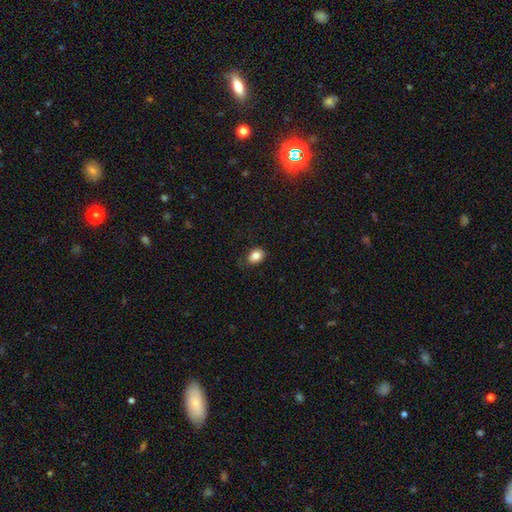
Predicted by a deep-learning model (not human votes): This is clearly a smooth galaxy (83%). How rounded: likely in between (70%). Merging: likely none (72%).